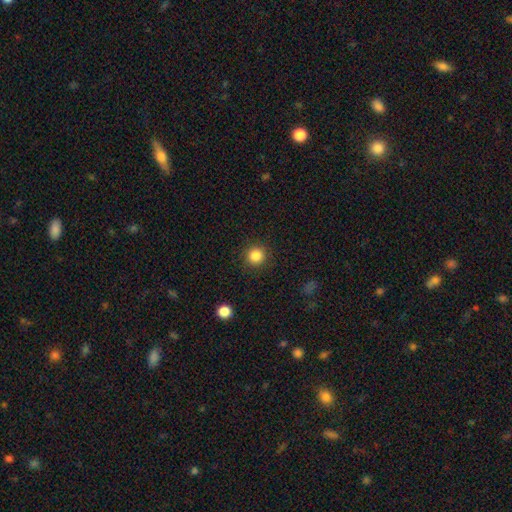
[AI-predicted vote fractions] A smooth galaxy with no disk features (85%) that is round (94%). Merging: none (91%).